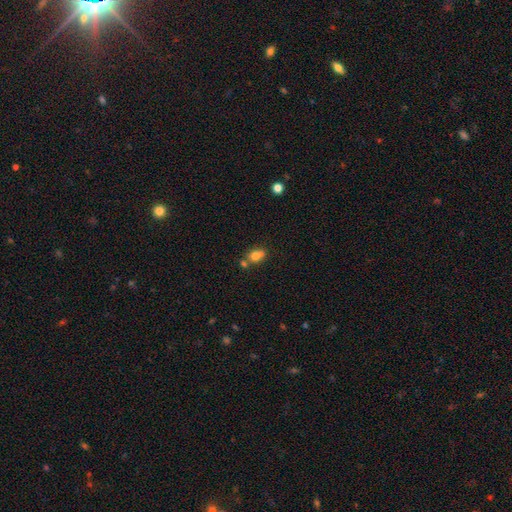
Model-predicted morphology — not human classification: Smooth or featured: smooth — 78% (star or artifact — 11%)
How rounded: in between — 61% (round — 37%)
Merging: none — 51% (merger — 30%)